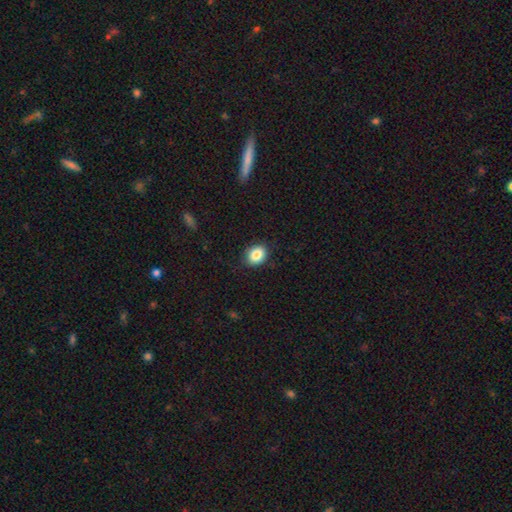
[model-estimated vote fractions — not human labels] Morphology: type=smooth (85%); roundness=in between (55%); merging=none (87%).